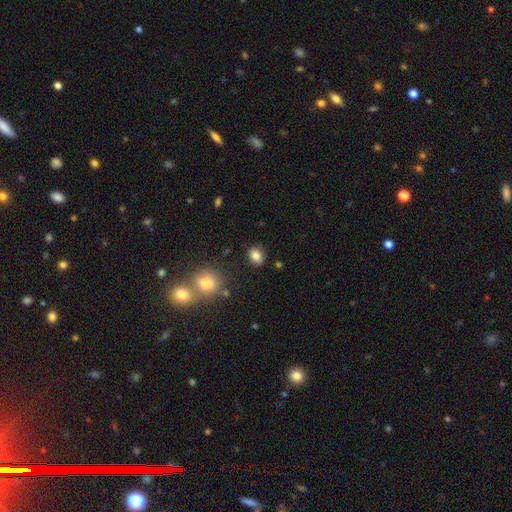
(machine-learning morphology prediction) Smooth or featured? Predicted: smooth (p=0.83). How rounded? Predicted: in between (p=0.58). Merging? Predicted: none (p=0.84).